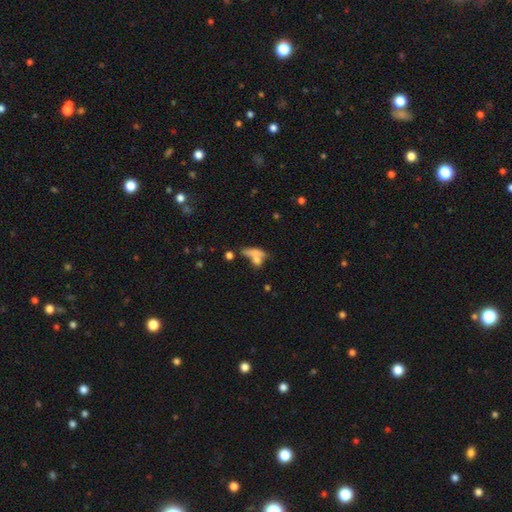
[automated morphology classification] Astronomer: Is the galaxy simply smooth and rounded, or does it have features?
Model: smooth — 63%.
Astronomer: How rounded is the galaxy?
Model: in between — 48% (runner-up: cigar-shaped, 40%).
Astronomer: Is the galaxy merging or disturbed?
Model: merger — 43% (runner-up: none, 33%).